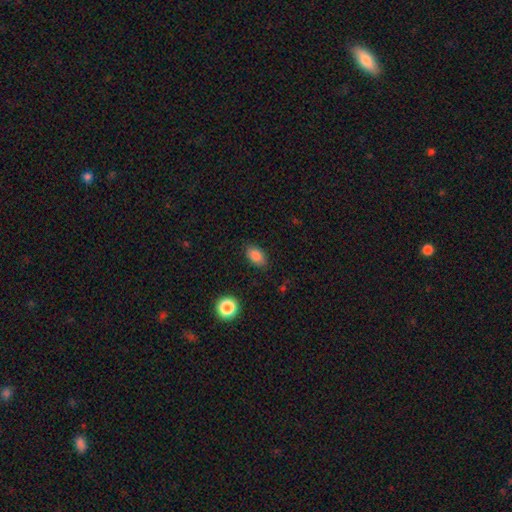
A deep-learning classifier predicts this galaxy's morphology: Smooth or featured: smooth — 85% (star or artifact — 9%)
How rounded: in between — 88% (round — 10%)
Merging: none — 85% (minor disturbance — 11%)